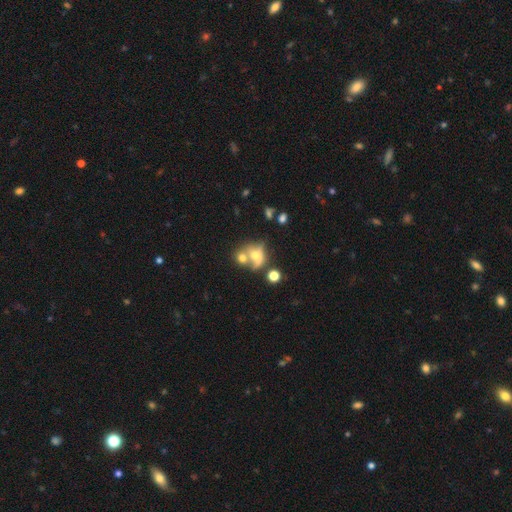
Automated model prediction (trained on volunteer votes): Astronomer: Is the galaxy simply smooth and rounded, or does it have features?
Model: smooth — 54% (runner-up: featured or disk, 33%).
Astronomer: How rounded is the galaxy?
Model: round — 54% (runner-up: in between, 43%).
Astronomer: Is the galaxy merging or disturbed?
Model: merger — 52%.